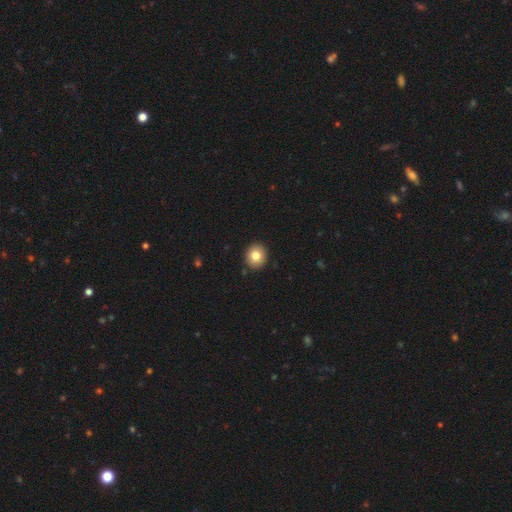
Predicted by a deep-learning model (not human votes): Morphology: type=smooth (80%); roundness=round (83%); merging=none (91%).